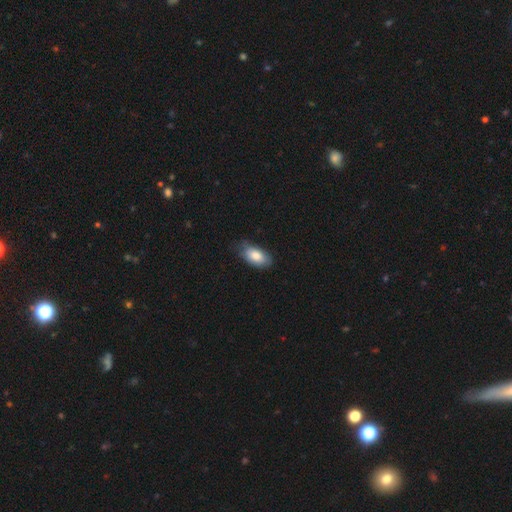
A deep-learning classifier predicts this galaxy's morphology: smooth-or-featured: smooth: 83% | featured or disk: 11% | star or artifact: 7%
  how-rounded: in between: 92% | round: 4% | cigar-shaped: 4%
  merging: none: 59% | minor disturbance: 33% | major disturbance: 6% | merger: 1%